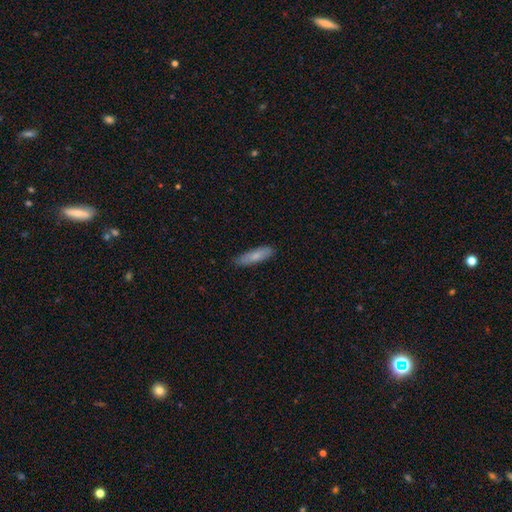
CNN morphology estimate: Q: Smooth or featured?
A: smooth (76%); runner-up: featured or disk (18%)
Q: How rounded?
A: cigar-shaped (63%); runner-up: in between (35%)
Q: Merging?
A: none (83%); runner-up: minor disturbance (14%)